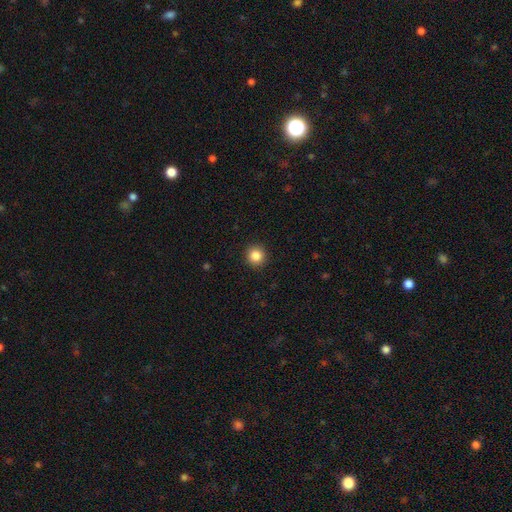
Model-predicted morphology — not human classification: A smooth galaxy with no disk features (85%) that is round (94%).

Vote fractions:
- Smooth or featured? smooth: 85% / star or artifact: 11% / featured or disk: 5%
- How rounded? round: 94% / in between: 5% / cigar-shaped: 1%
- Merging? none: 92% / minor disturbance: 5% / major disturbance: 2% / merger: 1%